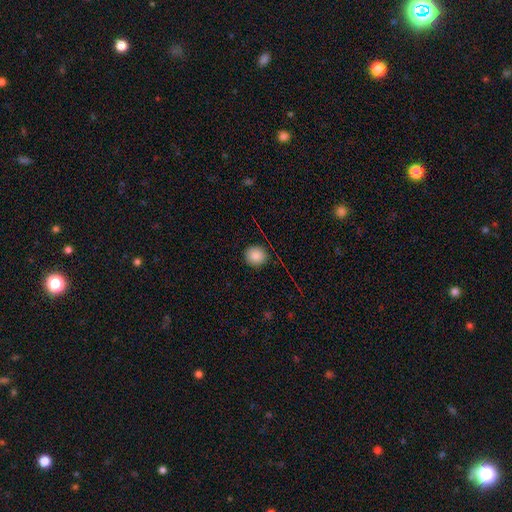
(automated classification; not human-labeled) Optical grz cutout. It shows a smooth galaxy with no disk features (86%) that is round (88%). Merging: none (88%).